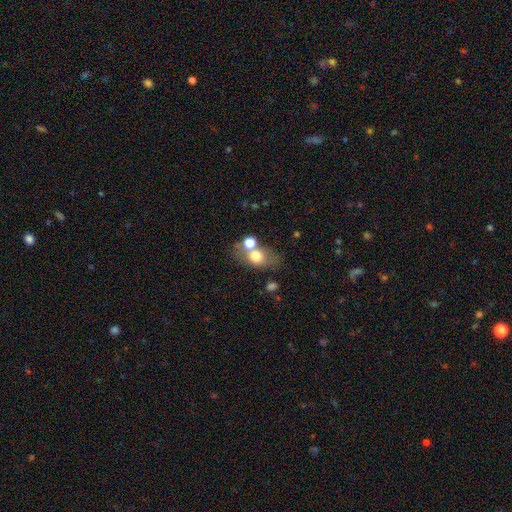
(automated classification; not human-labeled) smooth 68%, featured or disk 21%, star or artifact 11%. Down the decision tree: how rounded — in between (65%); merging — none (50%).